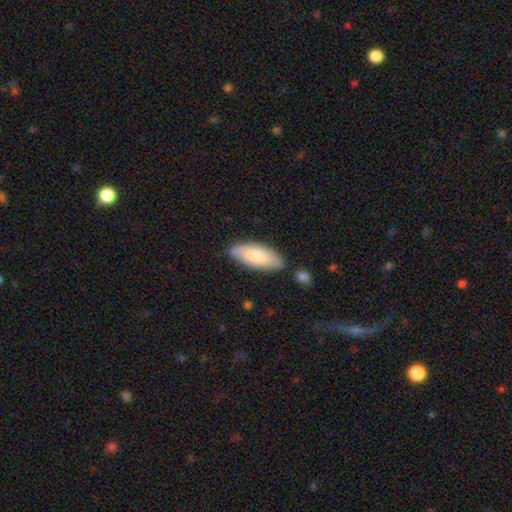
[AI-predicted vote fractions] smooth-or-featured: smooth: 72% | featured or disk: 22% | star or artifact: 6%
  how-rounded: in between: 82% | cigar-shaped: 16% | round: 2%
  merging: none: 75% | minor disturbance: 17% | merger: 5% | major disturbance: 3%